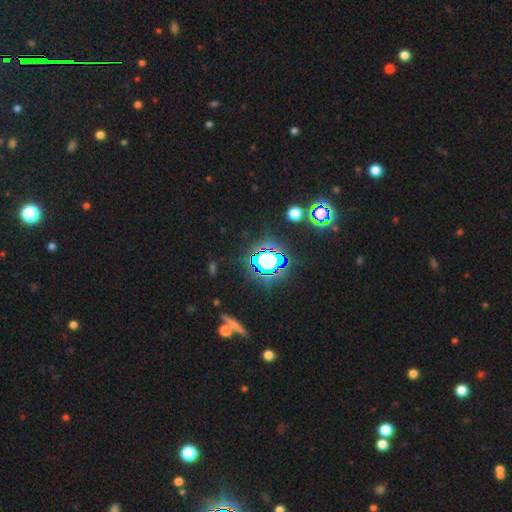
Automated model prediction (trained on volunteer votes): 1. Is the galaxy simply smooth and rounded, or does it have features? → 82% star or artifact, 11% smooth, 7% featured or disk.